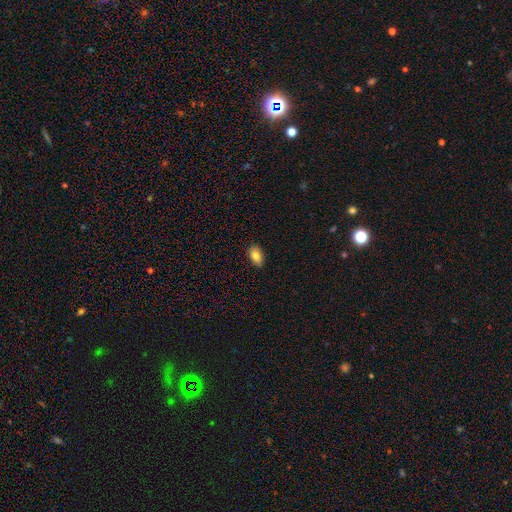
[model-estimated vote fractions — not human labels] A smooth galaxy with no disk features (84%) that is in between round and cigar-shaped (92%). Merging: none (86%).